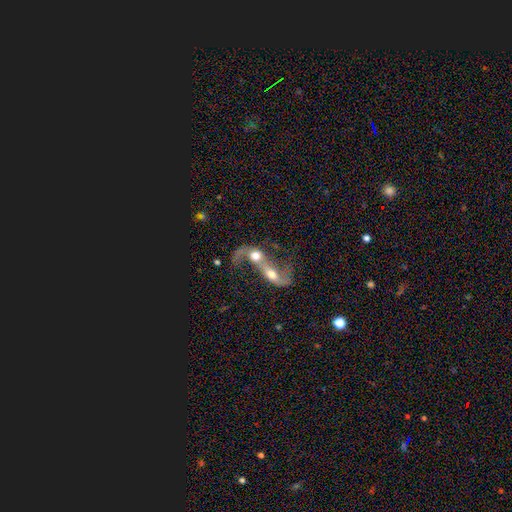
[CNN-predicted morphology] Smooth or featured? featured or disk (50%)
Merging? merger (83%)